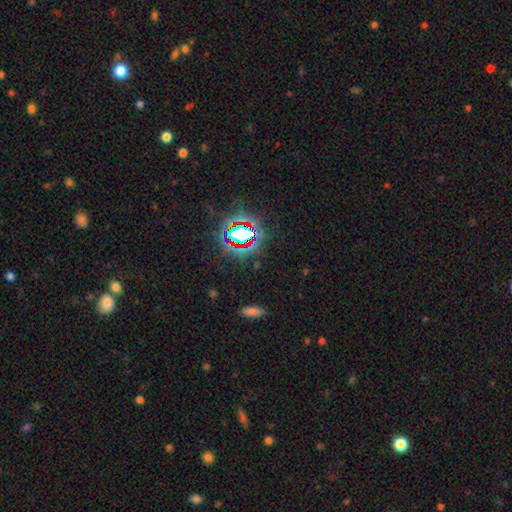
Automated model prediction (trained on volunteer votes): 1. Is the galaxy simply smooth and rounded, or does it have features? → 77% star or artifact, 14% smooth, 9% featured or disk.